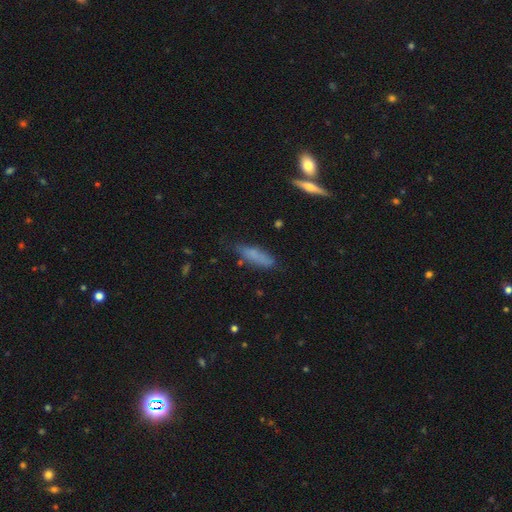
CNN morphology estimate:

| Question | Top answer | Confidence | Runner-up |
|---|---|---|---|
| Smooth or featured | smooth | 75% | featured or disk (16%) |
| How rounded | cigar-shaped | 60% | in between (37%) |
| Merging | none | 68% | minor disturbance (23%) |